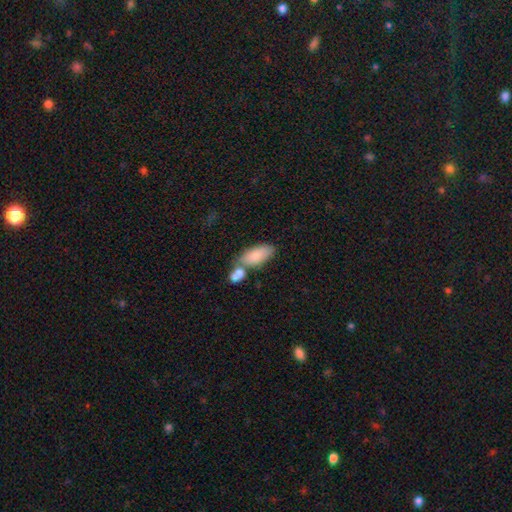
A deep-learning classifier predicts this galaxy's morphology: Q: Smooth or featured?
A: smooth (82%); runner-up: featured or disk (11%)
Q: How rounded?
A: in between (86%); runner-up: cigar-shaped (11%)
Q: Merging?
A: none (45%); runner-up: merger (37%)